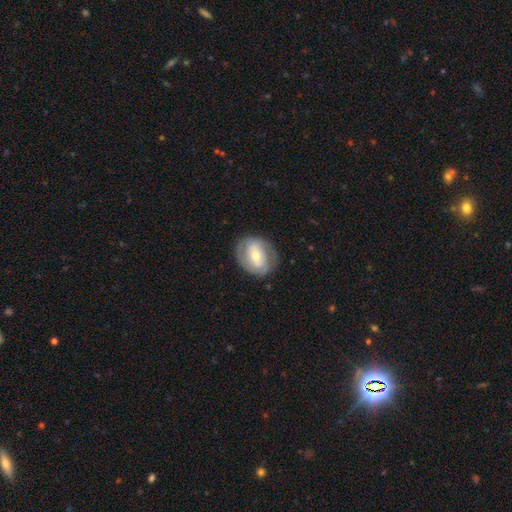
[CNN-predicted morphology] Smooth or featured: featured or disk — 57% (smooth — 37%)
Edge-on disk: no — 95% (yes — 5%)
Bar: weak — 38% (no — 35%)
Spiral arms: yes — 55% (no — 45%)
Bulge size: moderate — 60% (small — 32%)
Merging: none — 77% (minor disturbance — 15%)